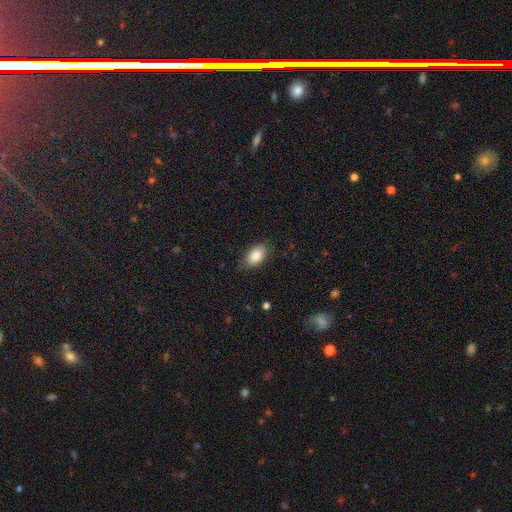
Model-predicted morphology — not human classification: A smooth galaxy with no disk features (86%) that is in between round and cigar-shaped (91%).

Vote fractions:
- Smooth or featured? smooth: 86% / star or artifact: 7% / featured or disk: 7%
- How rounded? in between: 91% / round: 7% / cigar-shaped: 2%
- Merging? none: 79% / minor disturbance: 17% / major disturbance: 4% / merger: 1%